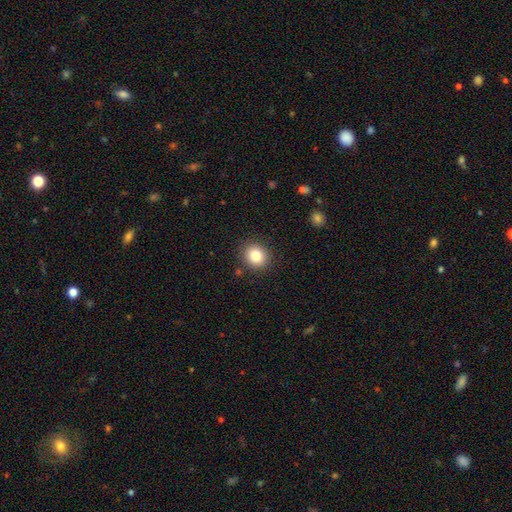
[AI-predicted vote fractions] Morphology: type=smooth (82%); roundness=round (78%); merging=none (88%).